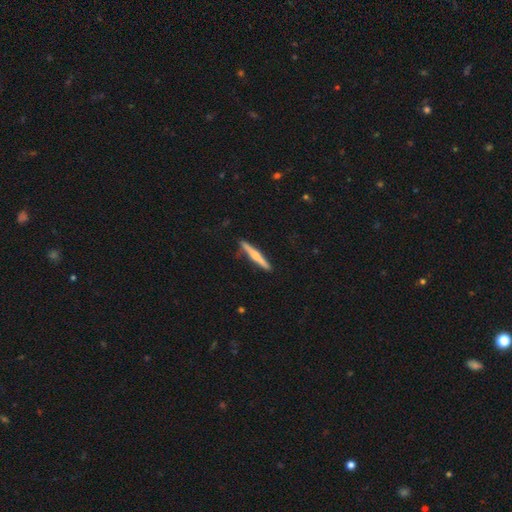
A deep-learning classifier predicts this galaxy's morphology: This is possibly a featured or disk galaxy (50%). It is clearly viewed edge-on (97%). Merging: clearly none (87%).